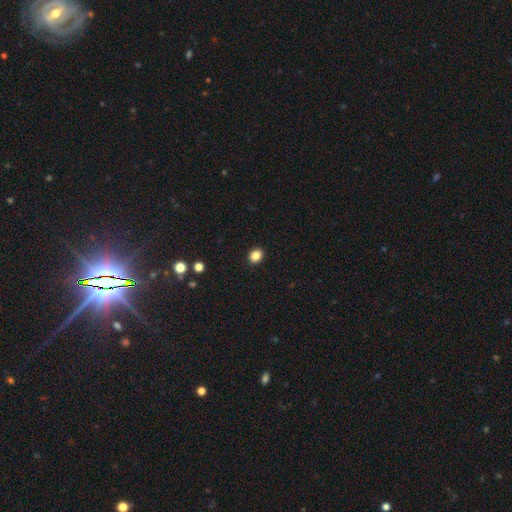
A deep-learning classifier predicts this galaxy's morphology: Smooth or featured?
  - smooth: 86% *
  - star or artifact: 11%
  - featured or disk: 4%
How rounded?
  - round: 56% *
  - in between: 43%
  - cigar-shaped: 1%
Merging?
  - none: 92% *
  - minor disturbance: 6%
  - major disturbance: 2%
  - merger: 1%